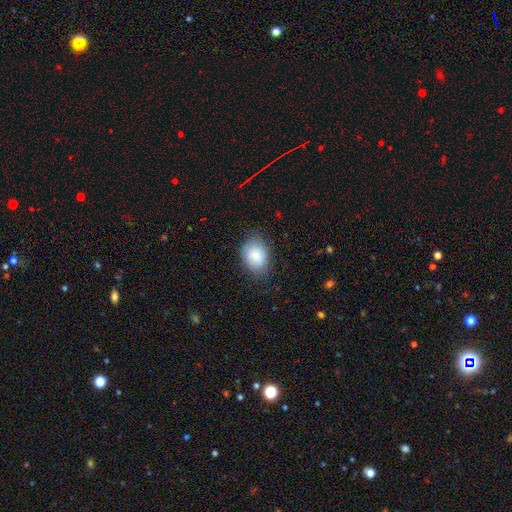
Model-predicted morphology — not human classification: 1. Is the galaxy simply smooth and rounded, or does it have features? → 85% smooth, 8% featured or disk, 7% star or artifact.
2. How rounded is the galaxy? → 71% in between, 28% round, 1% cigar-shaped.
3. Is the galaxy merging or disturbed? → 74% none, 20% minor disturbance, 5% major disturbance, 1% merger.